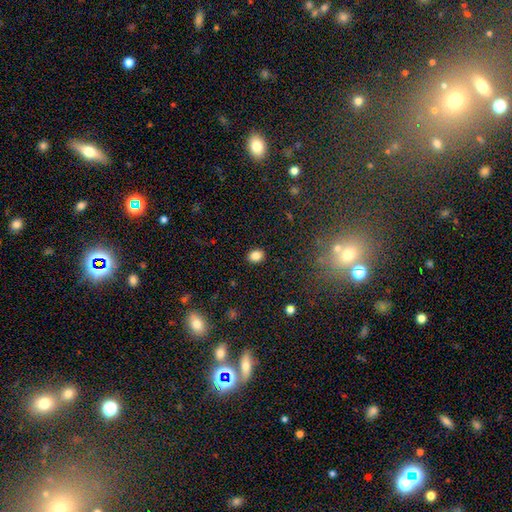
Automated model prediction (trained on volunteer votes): The model was most divided on "how rounded": in between: 51%, round: 48%, cigar-shaped: 1%. More confident: merging — none (90%); smooth or featured — smooth (84%).